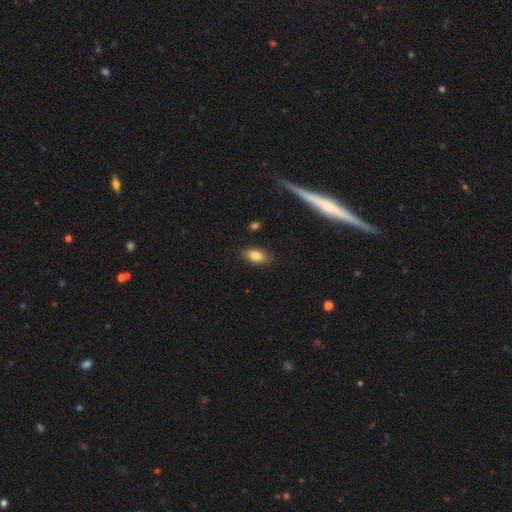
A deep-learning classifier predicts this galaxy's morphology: A smooth galaxy with no disk features (81%) that is in between round and cigar-shaped (88%). Merging: none (85%).